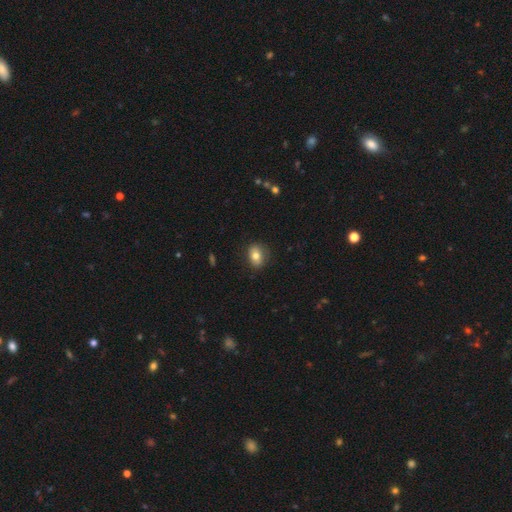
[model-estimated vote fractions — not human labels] Overall: smooth (76%). How rounded: in between (58%; round 41%). Merging: none (80%).